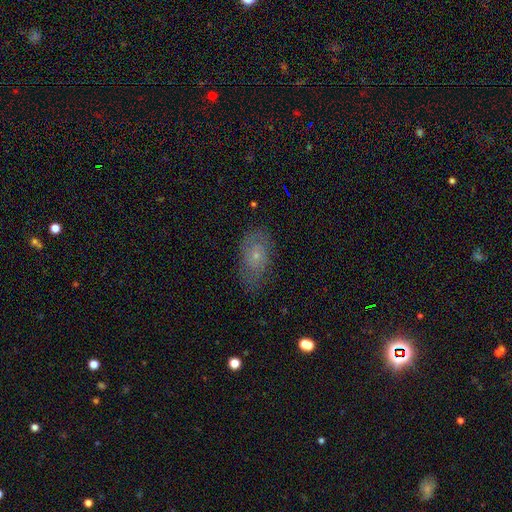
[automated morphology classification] This is possibly a featured or disk galaxy (49%). Merging: likely none (72%).